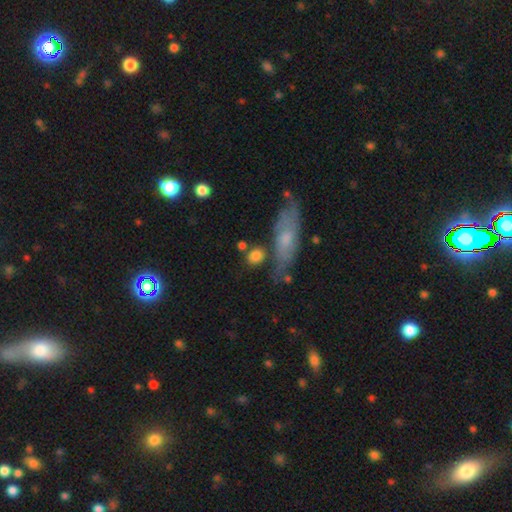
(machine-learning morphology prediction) Overall: smooth (81%). How rounded: round (61%; in between 32%). Merging: none (69%).